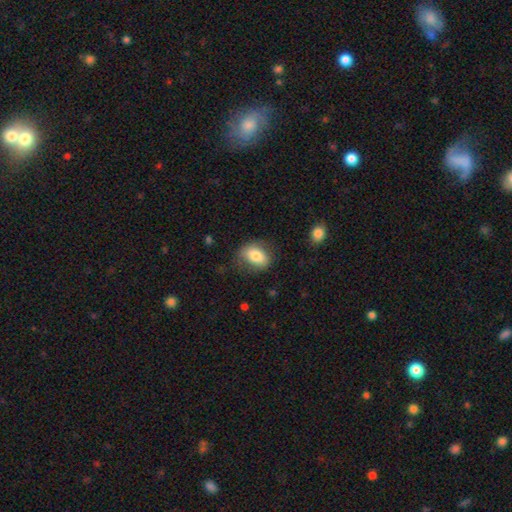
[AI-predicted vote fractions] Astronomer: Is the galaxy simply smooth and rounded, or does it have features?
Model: smooth — 78%.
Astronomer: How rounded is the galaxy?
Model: in between — 80%.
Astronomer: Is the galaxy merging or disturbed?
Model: none — 67%.